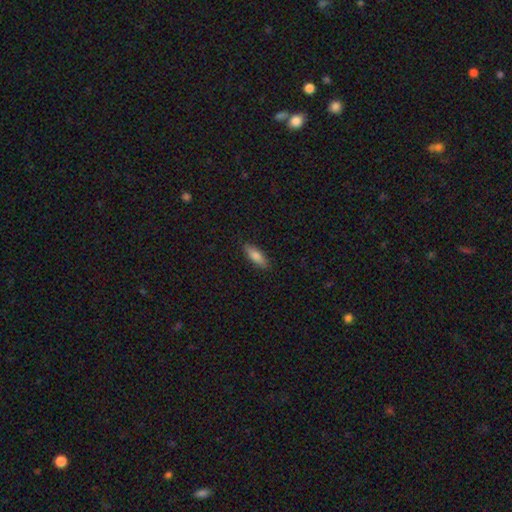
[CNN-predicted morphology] smooth_or_featured: smooth (p=0.80) [alt: featured or disk p=0.14]
how_rounded: in between (p=0.57) [alt: cigar-shaped p=0.41]
merging: none (p=0.87) [alt: minor disturbance p=0.10]